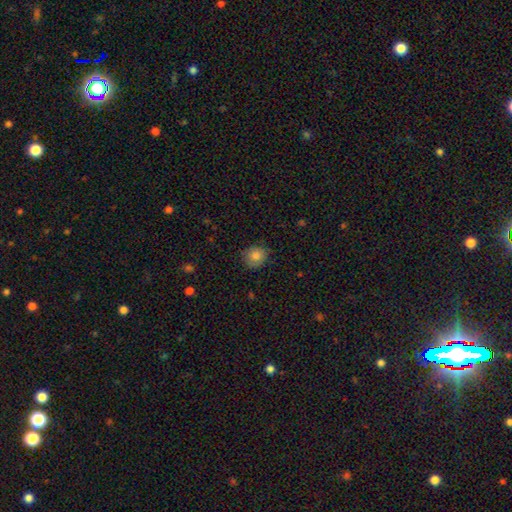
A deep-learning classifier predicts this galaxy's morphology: The model was most divided on "how rounded": round: 81%, in between: 18%, cigar-shaped: 1%. More confident: smooth or featured — smooth (85%); merging — none (83%).